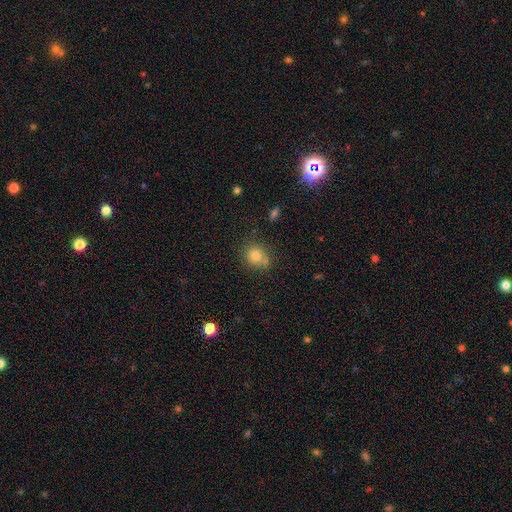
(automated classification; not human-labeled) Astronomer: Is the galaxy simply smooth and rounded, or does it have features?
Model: smooth — 78%.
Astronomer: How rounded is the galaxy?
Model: round — 77%.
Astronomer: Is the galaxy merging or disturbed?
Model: none — 67%.